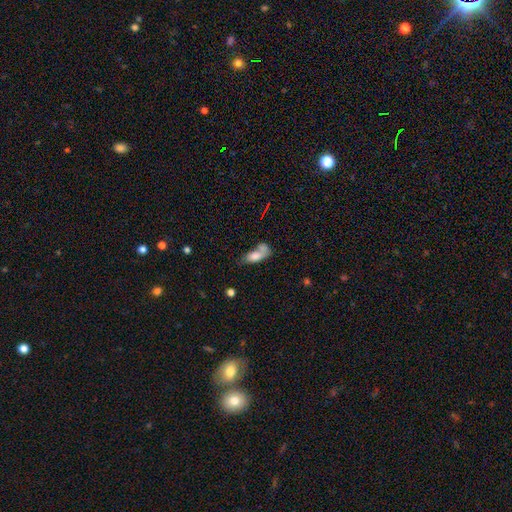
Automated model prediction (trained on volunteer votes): The model was most divided on "merging": merger: 43%, none: 27%, minor disturbance: 16%, major disturbance: 13%. More confident: how rounded — in between (80%); smooth or featured — smooth (73%).